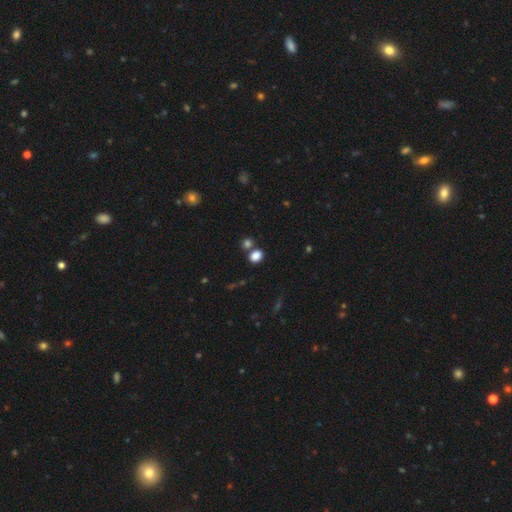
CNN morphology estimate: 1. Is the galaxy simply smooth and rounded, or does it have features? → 84% smooth, 12% star or artifact, 5% featured or disk.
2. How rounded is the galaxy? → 53% in between, 45% round, 1% cigar-shaped.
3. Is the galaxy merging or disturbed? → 64% none, 22% merger, 10% minor disturbance, 4% major disturbance.